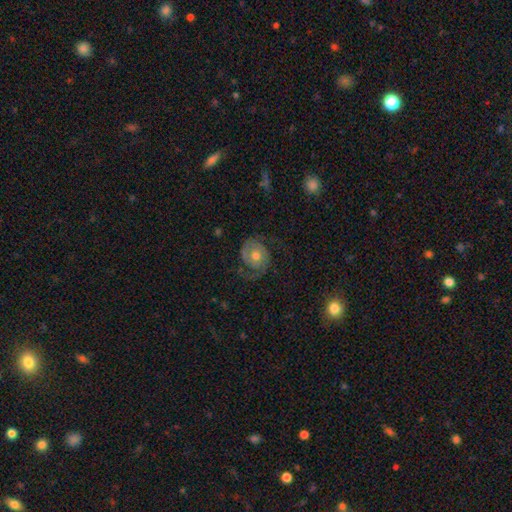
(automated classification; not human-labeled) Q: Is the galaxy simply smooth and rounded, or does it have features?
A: featured or disk — 78%.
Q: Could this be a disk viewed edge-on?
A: no — 97%.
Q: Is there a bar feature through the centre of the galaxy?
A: no — 74%.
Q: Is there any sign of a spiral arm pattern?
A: yes — 93%.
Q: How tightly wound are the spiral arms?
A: medium — 42%.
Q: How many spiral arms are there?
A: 2 — 81%.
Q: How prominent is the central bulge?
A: moderate — 71%.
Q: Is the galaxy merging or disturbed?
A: none — 70%.